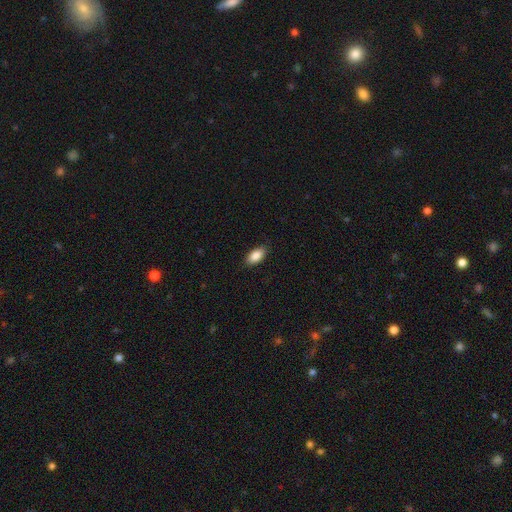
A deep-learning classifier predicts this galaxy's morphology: smooth_or_featured: smooth (p=0.88) [alt: star or artifact p=0.07]
how_rounded: in between (p=0.92) [alt: cigar-shaped p=0.05]
merging: none (p=0.87) [alt: minor disturbance p=0.10]